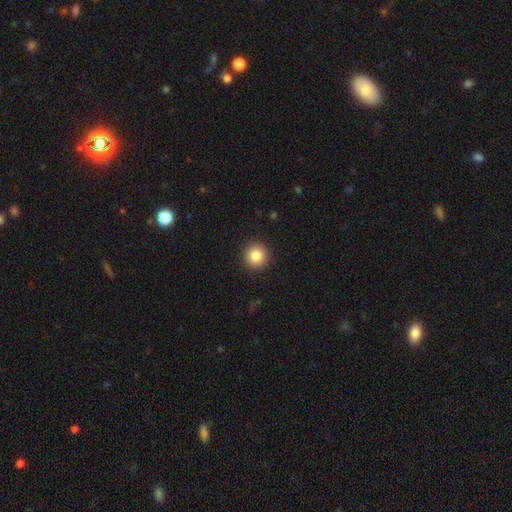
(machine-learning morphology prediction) A smooth galaxy with no disk features (84%) that is round (96%).

Vote fractions:
- Smooth or featured? smooth: 84% / star or artifact: 10% / featured or disk: 7%
- How rounded? round: 96% / in between: 3% / cigar-shaped: 1%
- Merging? none: 93% / minor disturbance: 5% / major disturbance: 2% / merger: 1%